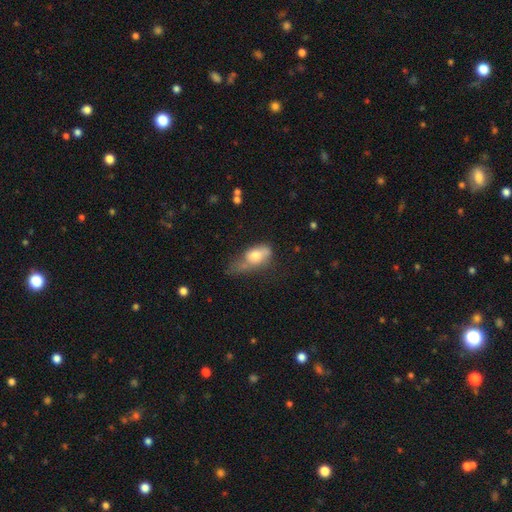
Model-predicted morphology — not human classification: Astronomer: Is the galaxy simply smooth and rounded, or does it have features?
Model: smooth — 68%.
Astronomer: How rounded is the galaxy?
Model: in between — 81%.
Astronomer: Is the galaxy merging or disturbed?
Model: major disturbance — 37% (runner-up: minor disturbance, 33%).